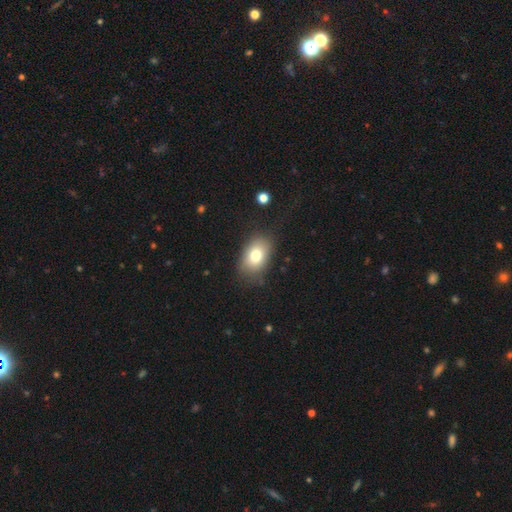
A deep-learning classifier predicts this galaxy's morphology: A smooth galaxy with no disk features (76%) that is in between round and cigar-shaped (81%).

Vote fractions:
- Smooth or featured? smooth: 76% / featured or disk: 14% / star or artifact: 9%
- How rounded? in between: 81% / round: 18% / cigar-shaped: 1%
- Merging? none: 79% / minor disturbance: 15% / major disturbance: 5% / merger: 2%